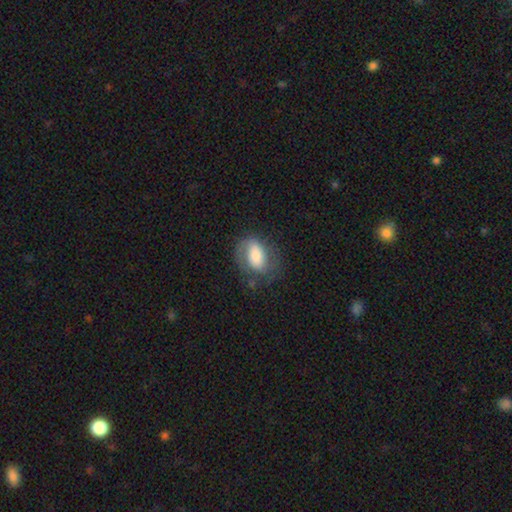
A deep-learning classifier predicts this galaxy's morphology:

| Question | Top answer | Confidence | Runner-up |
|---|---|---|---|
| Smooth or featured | smooth | 52% | featured or disk (40%) |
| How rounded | in between | 82% | round (16%) |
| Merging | none | 57% | minor disturbance (24%) |